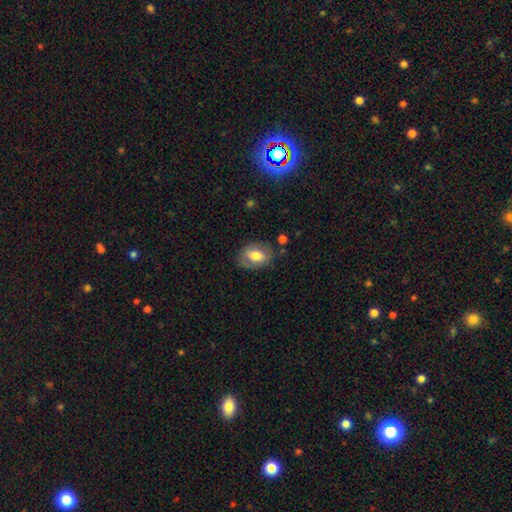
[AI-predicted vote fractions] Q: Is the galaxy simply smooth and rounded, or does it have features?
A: smooth — 67%.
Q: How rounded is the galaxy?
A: in between — 78%.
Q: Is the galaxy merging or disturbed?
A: none — 75%.